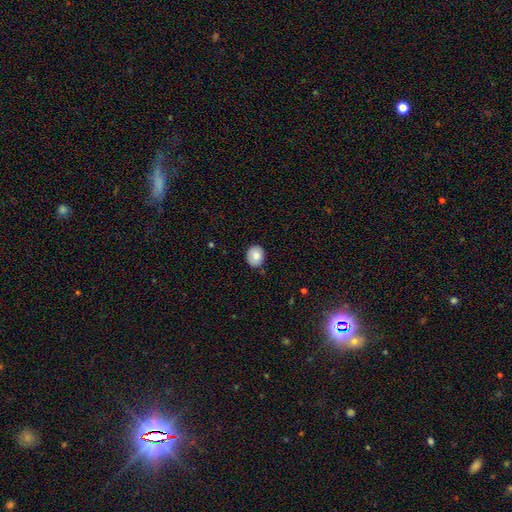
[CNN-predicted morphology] type=smooth (83%); roundness=round (61%); merging=none (82%).